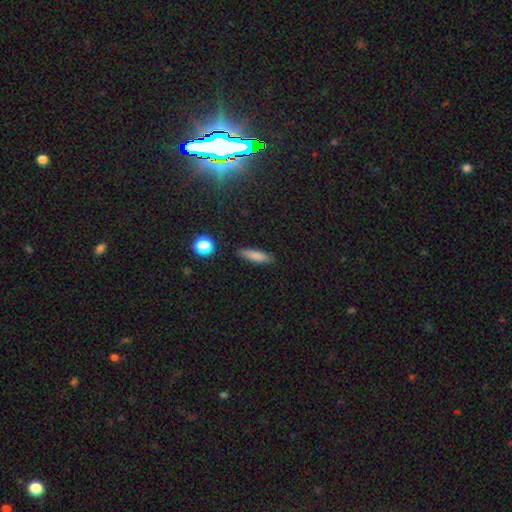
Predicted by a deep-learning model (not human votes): Smooth or featured?
  - smooth: 81% *
  - featured or disk: 10%
  - star or artifact: 9%
How rounded?
  - cigar-shaped: 66% *
  - in between: 31%
  - round: 3%
Merging?
  - none: 86% *
  - minor disturbance: 10%
  - major disturbance: 2%
  - merger: 2%